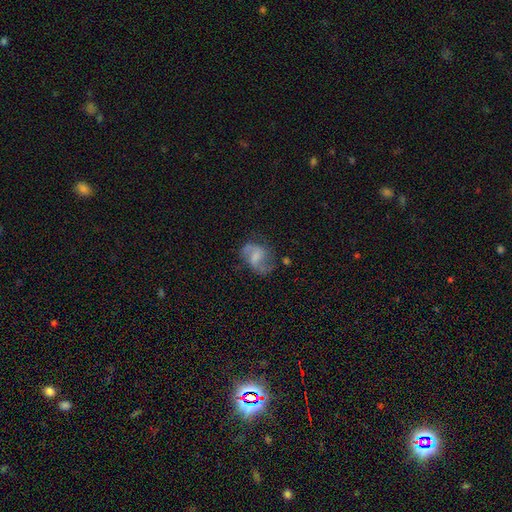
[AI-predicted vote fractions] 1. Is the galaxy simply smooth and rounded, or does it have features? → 67% featured or disk, 25% smooth, 8% star or artifact.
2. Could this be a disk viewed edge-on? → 98% no, 2% yes.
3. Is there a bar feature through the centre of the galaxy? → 51% weak, 31% no, 18% strong.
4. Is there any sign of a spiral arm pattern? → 87% yes, 13% no.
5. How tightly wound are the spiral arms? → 48% loose, 41% medium, 10% tight.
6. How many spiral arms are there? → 83% 2, 7% can't tell, 6% 1, 2% 3, 1% 4, 1% more than 4.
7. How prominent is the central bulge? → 36% none, 27% small, 27% moderate, 8% large, 2% dominant.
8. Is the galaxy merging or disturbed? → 53% none, 23% minor disturbance, 19% major disturbance, 4% merger.